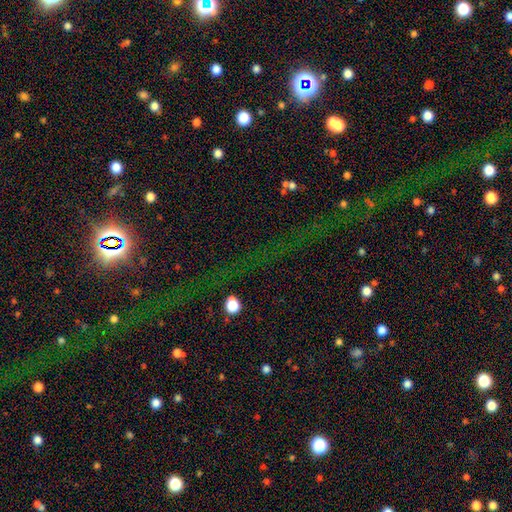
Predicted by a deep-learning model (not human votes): smooth_or_featured: star or artifact (p=0.71) [alt: smooth p=0.18]